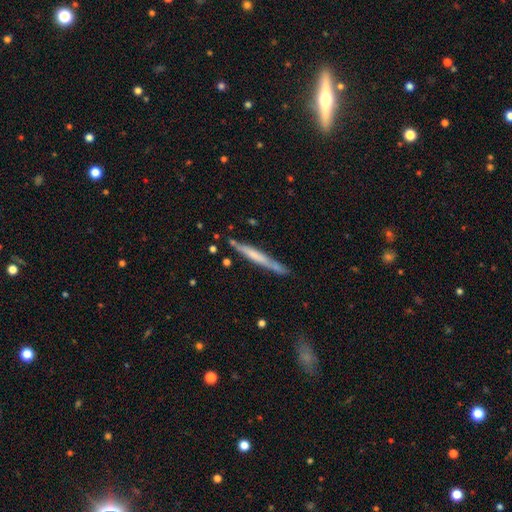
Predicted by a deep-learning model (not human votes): A smooth galaxy with no disk features (48%). Merging: none (78%).